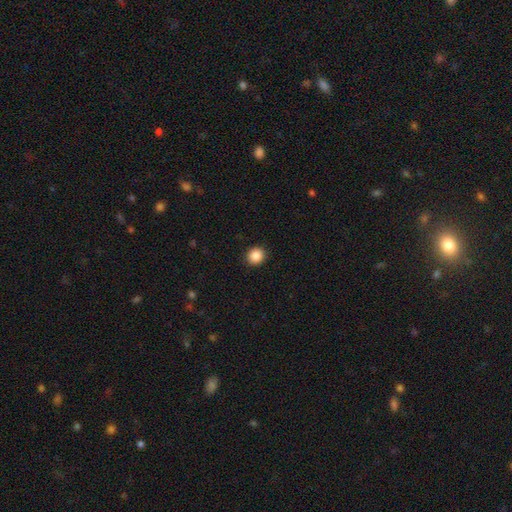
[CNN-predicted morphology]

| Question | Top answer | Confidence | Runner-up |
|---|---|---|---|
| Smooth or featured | smooth | 88% | star or artifact (9%) |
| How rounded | round | 88% | in between (11%) |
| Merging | none | 92% | minor disturbance (5%) |